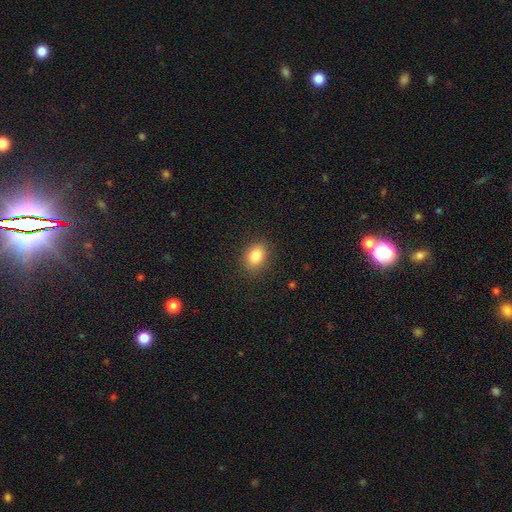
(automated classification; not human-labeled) smooth 84%, star or artifact 10%, featured or disk 7%. Down the decision tree: how rounded — in between (66%); merging — none (87%).